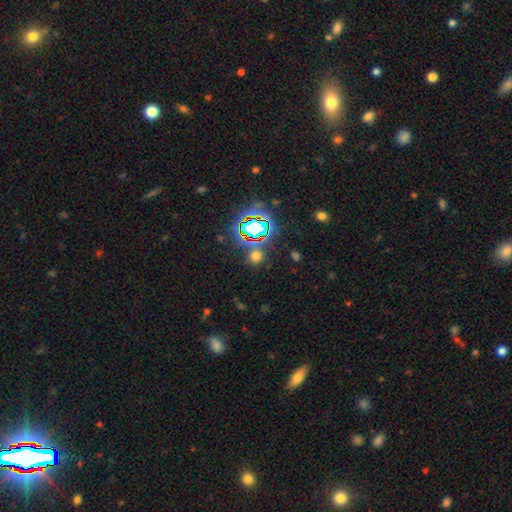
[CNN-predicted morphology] smooth_or_featured: smooth (p=0.49) [alt: star or artifact p=0.43]
merging: none (p=0.78) [alt: minor disturbance p=0.09]